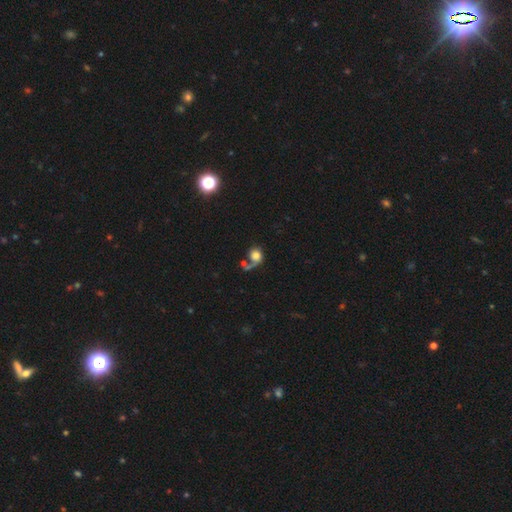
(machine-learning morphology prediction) Overall: smooth (65%). How rounded: round (76%). Merging: none (32%; merger 27%).